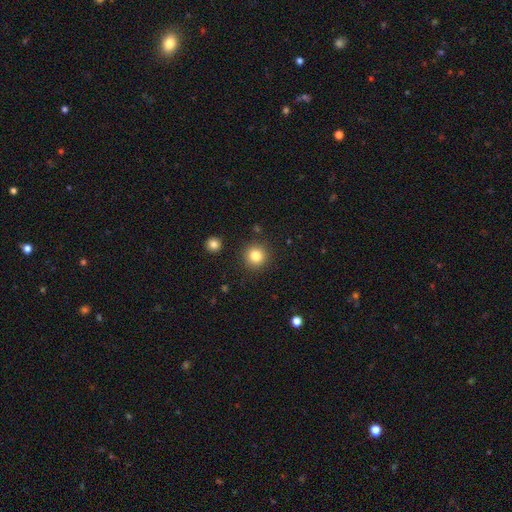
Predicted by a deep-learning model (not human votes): A smooth galaxy with no disk features (83%) that is round (94%). Merging: none (90%).